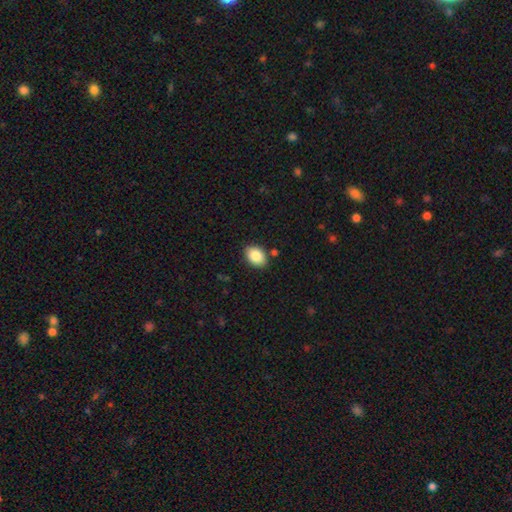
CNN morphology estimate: Smooth or featured? Predicted: smooth (p=0.87). How rounded? Predicted: in between (p=0.79). Merging? Predicted: none (p=0.84).